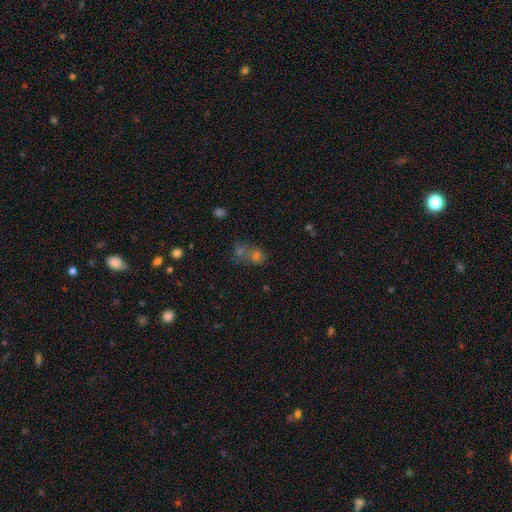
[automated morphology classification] The model was most divided on "merging": merger: 51%, none: 35%, minor disturbance: 8%, major disturbance: 6%. More confident: how rounded — round (62%); smooth or featured — smooth (59%).